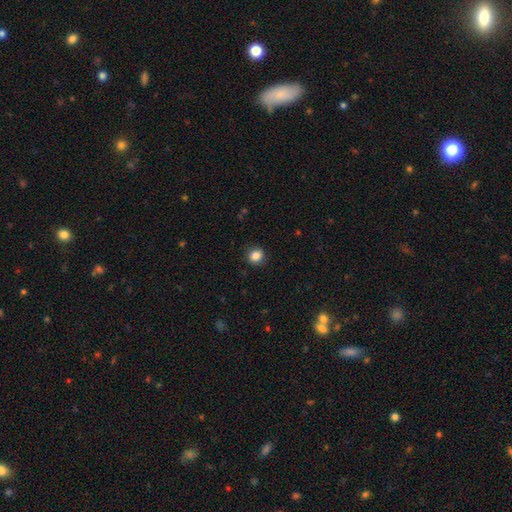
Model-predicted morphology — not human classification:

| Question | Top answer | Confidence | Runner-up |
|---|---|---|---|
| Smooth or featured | smooth | 85% | star or artifact (10%) |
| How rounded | round | 83% | in between (16%) |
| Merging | none | 90% | minor disturbance (7%) |